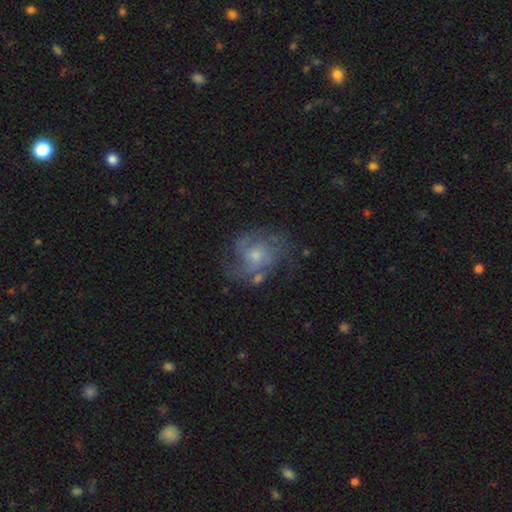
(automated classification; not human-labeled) Q: Smooth or featured?
A: featured or disk (67%); runner-up: smooth (24%)
Q: Edge-on disk?
A: no (98%); runner-up: yes (2%)
Q: Bar?
A: no (76%); runner-up: weak (21%)
Q: Spiral arms?
A: yes (80%); runner-up: no (20%)
Q: Spiral winding?
A: medium (45%); runner-up: tight (29%)
Q: Spiral arm count?
A: can't tell (35%); runner-up: 3 (24%)
Q: Bulge size?
A: small (53%); runner-up: moderate (38%)
Q: Merging?
A: none (52%); runner-up: minor disturbance (22%)